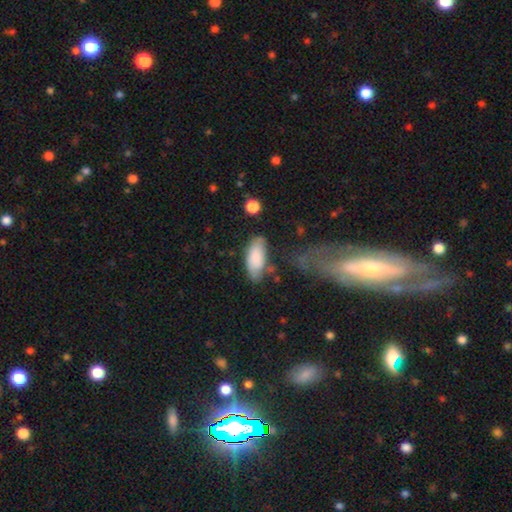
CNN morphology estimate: Smooth or featured? smooth (83%)
How rounded? in between (85%)
Merging? none (63%)